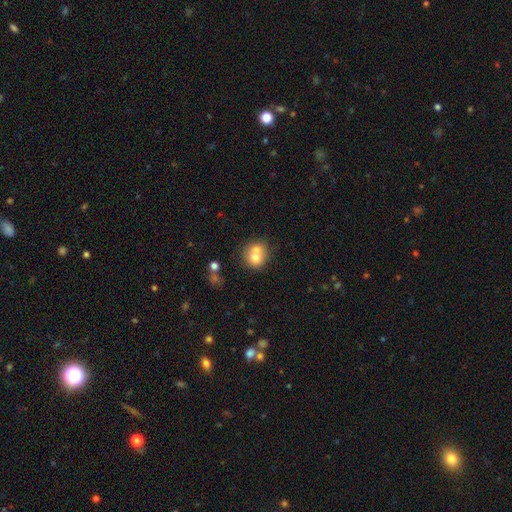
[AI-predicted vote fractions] Smooth or featured?
  - smooth: 70% *
  - featured or disk: 21%
  - star or artifact: 10%
How rounded?
  - round: 78% *
  - in between: 21%
  - cigar-shaped: 1%
Merging?
  - merger: 55% *
  - none: 33%
  - minor disturbance: 8%
  - major disturbance: 4%